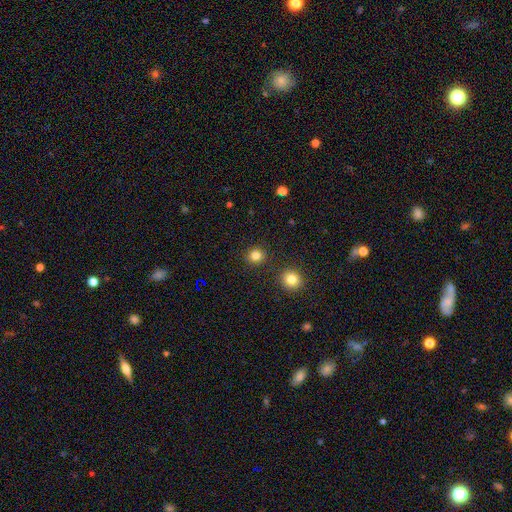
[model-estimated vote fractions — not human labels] Morphology: type=smooth (83%); roundness=round (90%); merging=none (90%).